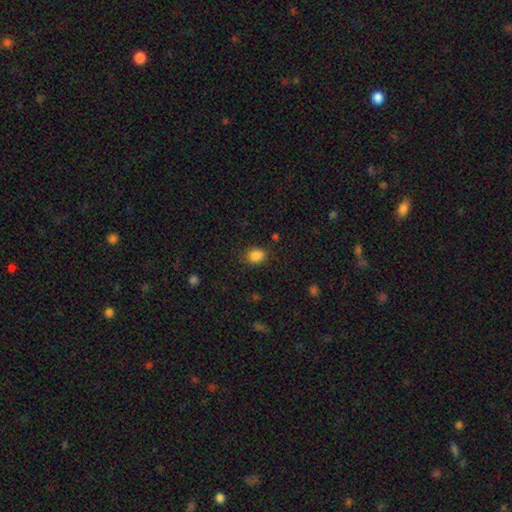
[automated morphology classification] Smooth or featured? Predicted: smooth (p=0.84). How rounded? Predicted: in between (p=0.59). Merging? Predicted: none (p=0.73).